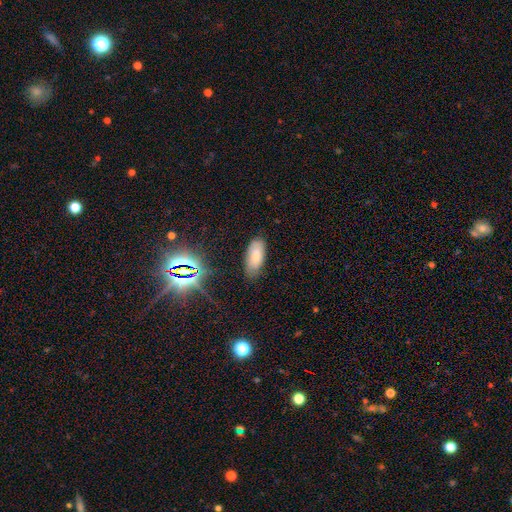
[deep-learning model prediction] Smooth or featured?
  - smooth: 77% *
  - featured or disk: 12%
  - star or artifact: 11%
How rounded?
  - in between: 89% *
  - cigar-shaped: 9%
  - round: 2%
Merging?
  - none: 78% *
  - minor disturbance: 17%
  - major disturbance: 4%
  - merger: 1%